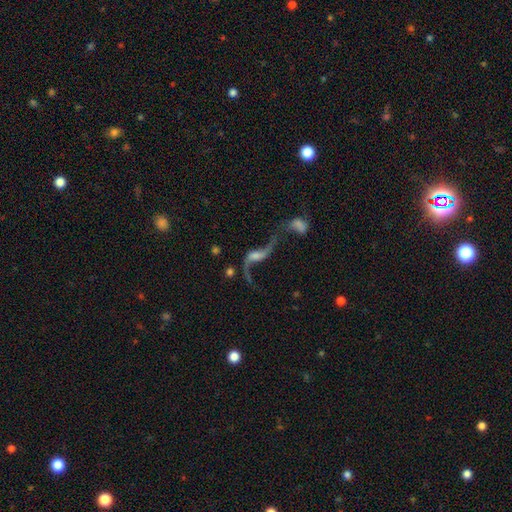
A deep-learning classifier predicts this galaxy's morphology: type=featured or disk (83%); edge-on=no (92%); bar=no (49%); spiral arms=yes (92%); winding=loose (94%); arm count=2 (90%); bulge=moderate (33%); merging=merger (38%).